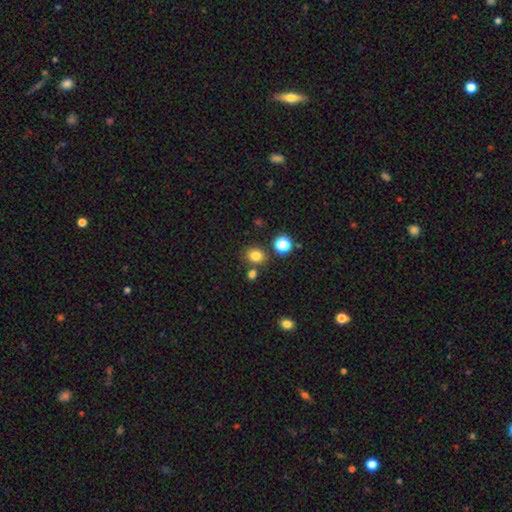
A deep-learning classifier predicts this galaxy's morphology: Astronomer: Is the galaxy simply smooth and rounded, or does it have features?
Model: smooth — 79%.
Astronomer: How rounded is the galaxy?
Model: round — 67%.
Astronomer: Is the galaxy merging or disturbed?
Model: none — 76%.